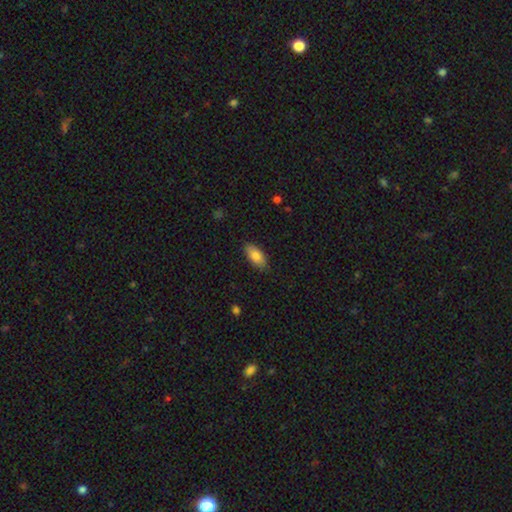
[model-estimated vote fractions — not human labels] Smooth or featured? smooth (83%)
How rounded? in between (88%)
Merging? none (85%)